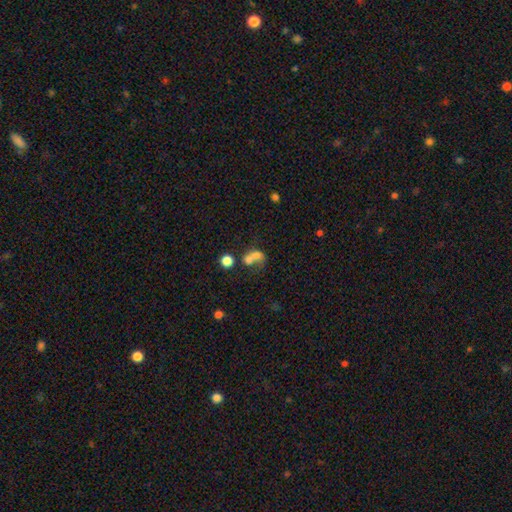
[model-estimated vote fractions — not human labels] smooth 62%, featured or disk 23%, star or artifact 15%. Down the decision tree: how rounded — in between (52%); merging — merger (63%).